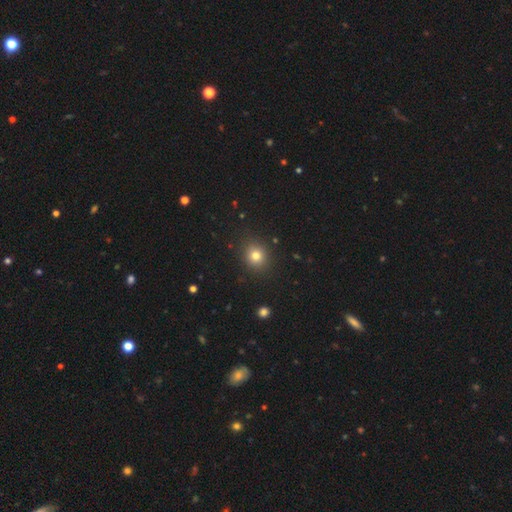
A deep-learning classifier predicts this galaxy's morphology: Overall: smooth (79%). How rounded: round (80%). Merging: none (89%).